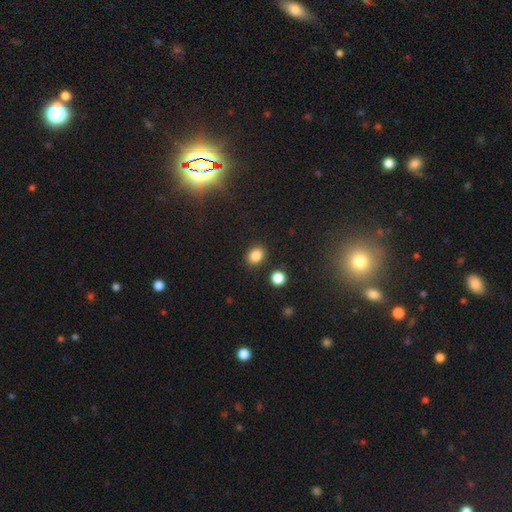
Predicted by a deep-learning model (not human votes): Smooth or featured? Predicted: smooth (p=0.85). How rounded? Predicted: in between (p=0.57). Merging? Predicted: none (p=0.85).